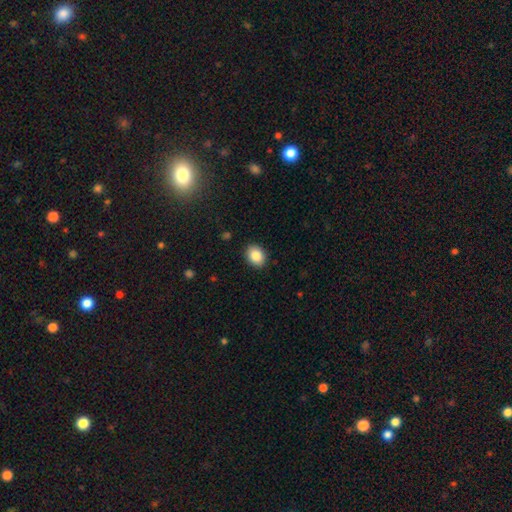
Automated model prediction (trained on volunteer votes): The model was most divided on "how rounded": in between: 58%, round: 41%, cigar-shaped: 1%. More confident: merging — none (90%); smooth or featured — smooth (86%).